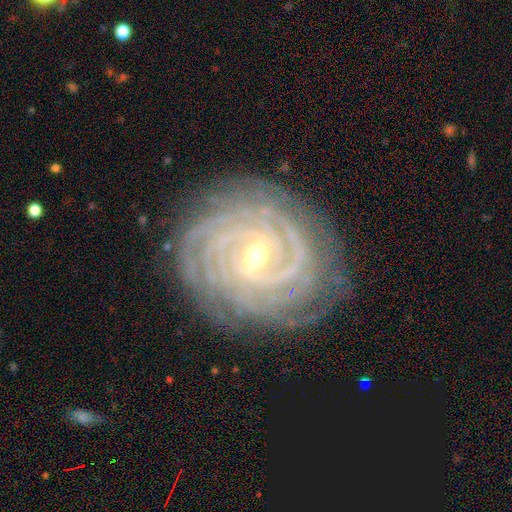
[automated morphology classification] Q: Smooth or featured?
A: featured or disk (92%); runner-up: star or artifact (5%)
Q: Edge-on disk?
A: no (97%); runner-up: yes (3%)
Q: Bar?
A: weak (45%); runner-up: strong (36%)
Q: Spiral arms?
A: yes (99%); runner-up: no (1%)
Q: Spiral winding?
A: tight (89%); runner-up: medium (10%)
Q: Spiral arm count?
A: 4 (26%); runner-up: more than 4 (23%)
Q: Bulge size?
A: small (51%); runner-up: moderate (46%)
Q: Merging?
A: none (84%); runner-up: minor disturbance (12%)